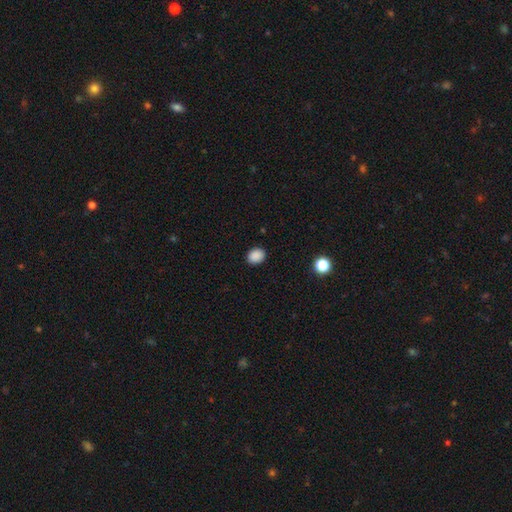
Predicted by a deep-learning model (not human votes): smooth-or-featured: smooth: 88% | star or artifact: 9% | featured or disk: 2%
  how-rounded: in between: 51% | round: 48% | cigar-shaped: 1%
  merging: none: 90% | minor disturbance: 7% | major disturbance: 2% | merger: 1%